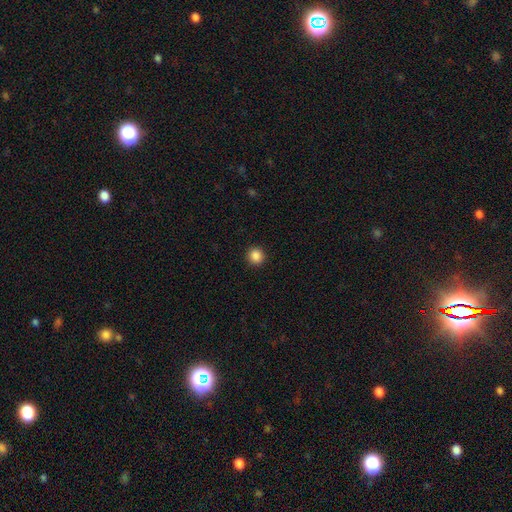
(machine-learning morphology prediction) A smooth galaxy with no disk features (87%) that is round (93%). Merging: none (93%).